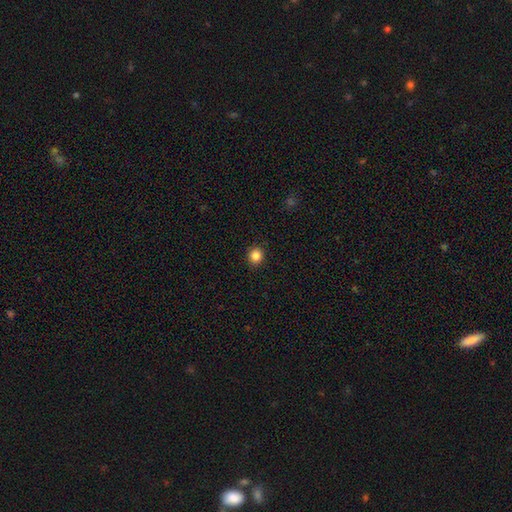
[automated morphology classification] Overall: smooth (85%). How rounded: round (88%). Merging: none (92%).